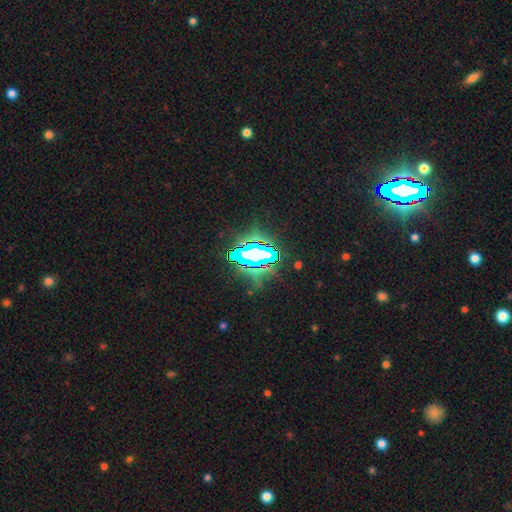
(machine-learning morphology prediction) Smooth or featured?
  - star or artifact: 72% *
  - smooth: 14%
  - featured or disk: 14%